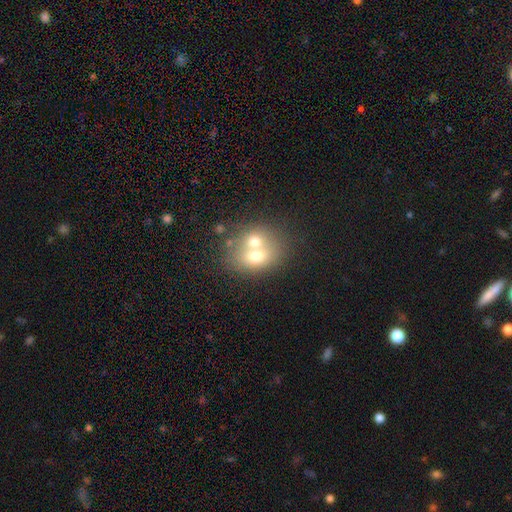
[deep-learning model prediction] This appears to be a smooth galaxy with no disk features (64%) that is round (54%). Merging: merger (63%).